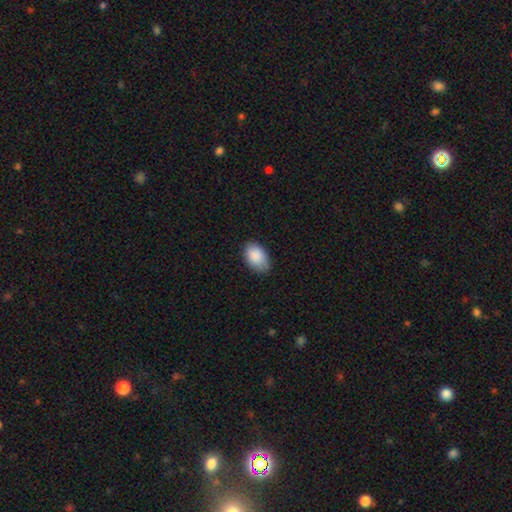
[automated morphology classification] This is clearly a smooth galaxy (89%). How rounded: clearly in between (91%). Merging: likely none (76%).